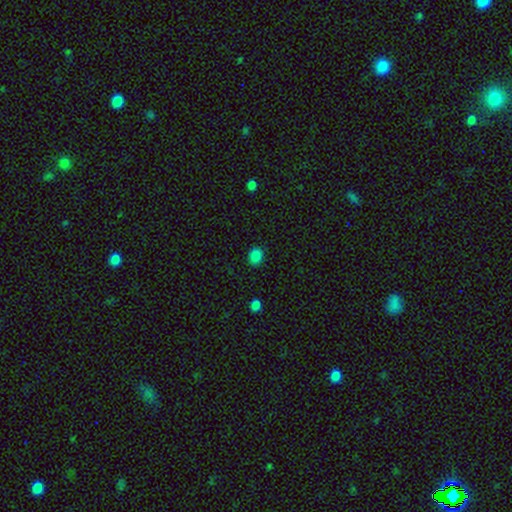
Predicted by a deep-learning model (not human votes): Overall: smooth (85%). How rounded: in between (54%; round 45%). Merging: none (87%).